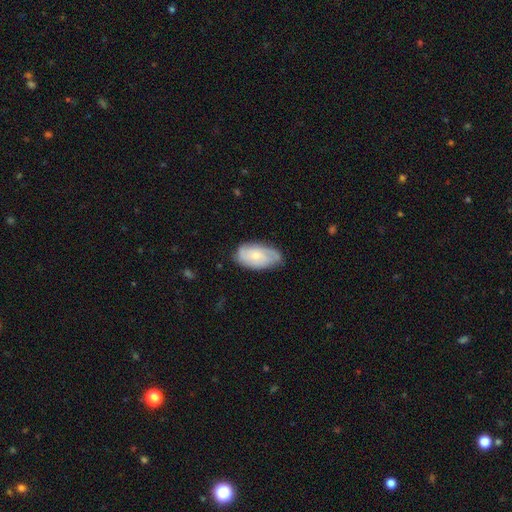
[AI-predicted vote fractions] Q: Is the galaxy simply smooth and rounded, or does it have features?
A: featured or disk — 47%, tied with smooth.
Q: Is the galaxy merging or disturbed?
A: none — 67%.